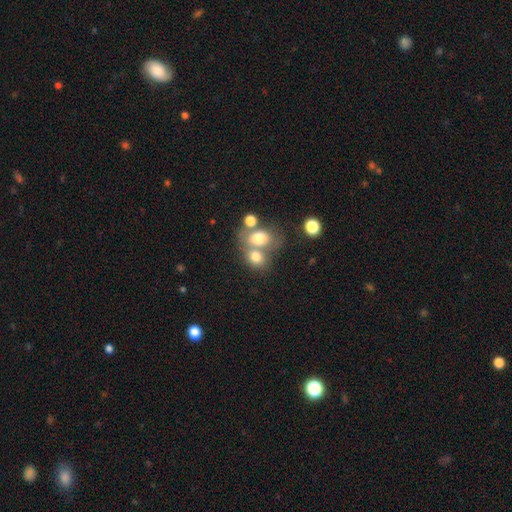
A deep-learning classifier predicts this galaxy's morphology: The model was most divided on "how rounded": round: 52%, in between: 47%, cigar-shaped: 1%. More confident: smooth or featured — smooth (70%); merging — merger (54%).